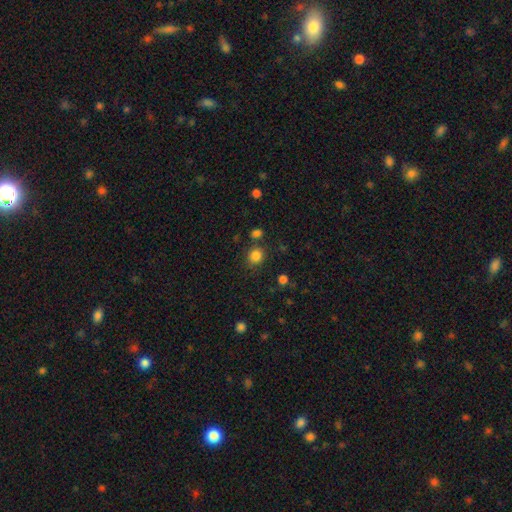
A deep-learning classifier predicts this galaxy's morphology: Q: Smooth or featured?
A: smooth (83%); runner-up: star or artifact (13%)
Q: How rounded?
A: round (85%); runner-up: in between (14%)
Q: Merging?
A: none (80%); runner-up: minor disturbance (9%)